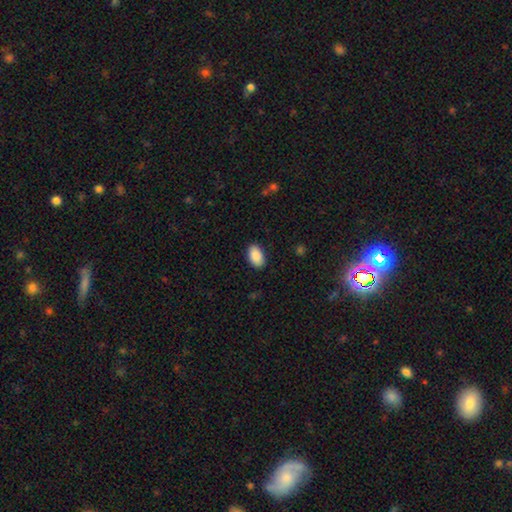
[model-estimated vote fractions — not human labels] Overall: smooth (90%). How rounded: in between (94%). Merging: none (88%).